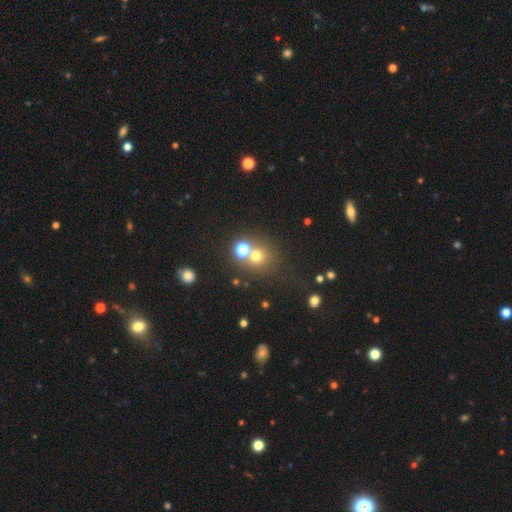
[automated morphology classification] Q: Smooth or featured?
A: smooth (66%); runner-up: star or artifact (23%)
Q: How rounded?
A: round (87%); runner-up: in between (12%)
Q: Merging?
A: none (60%); runner-up: merger (28%)